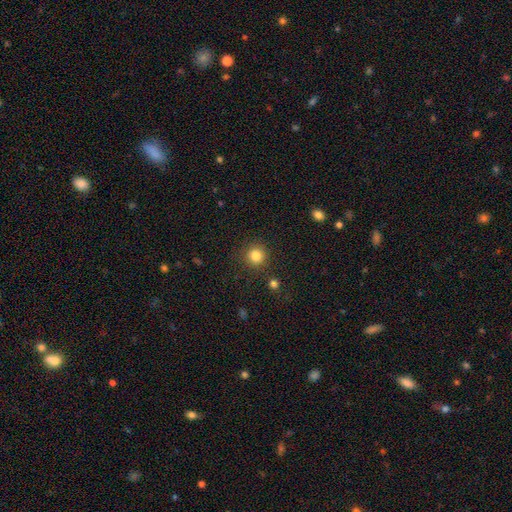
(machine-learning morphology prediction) Overall: smooth (84%). How rounded: round (93%). Merging: none (89%).